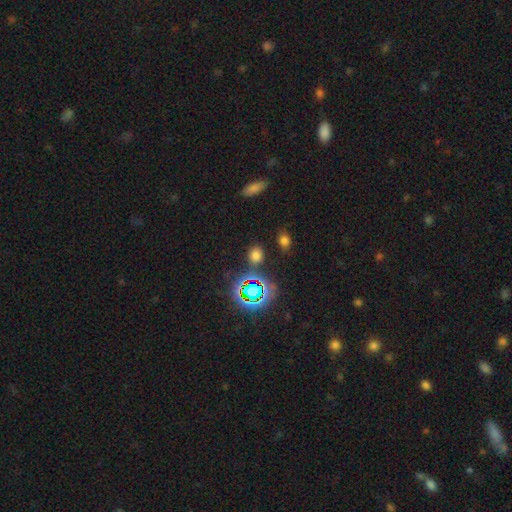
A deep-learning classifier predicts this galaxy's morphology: type=smooth (61%); roundness=round (64%); merging=none (82%).